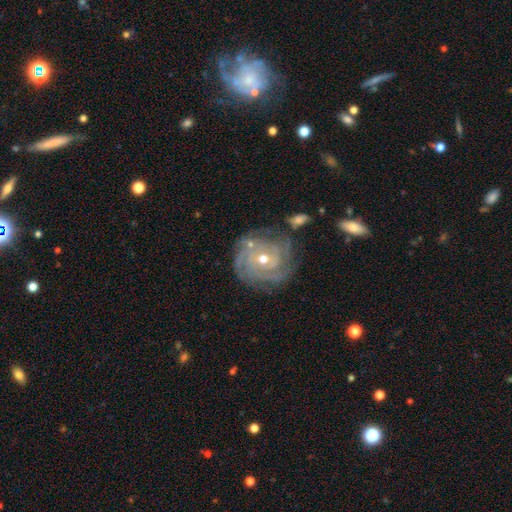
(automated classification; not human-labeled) smooth_or_featured: featured or disk (p=0.86) [alt: star or artifact p=0.07]
disk_edge_on: no (p=0.97) [alt: yes p=0.03]
bar: no (p=0.69) [alt: weak p=0.24]
has_spiral_arms: yes (p=0.97) [alt: no p=0.03]
spiral_winding: tight (p=0.79) [alt: medium p=0.18]
spiral_arm_count: can't tell (p=0.26) [alt: 3 p=0.24]
bulge_size: moderate (p=0.55) [alt: small p=0.42]
merging: none (p=0.74) [alt: minor disturbance p=0.16]